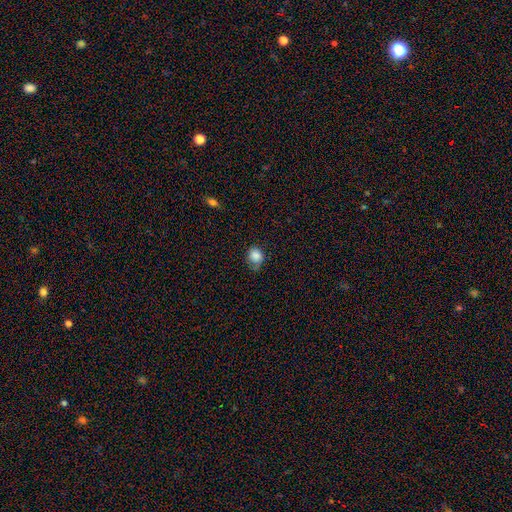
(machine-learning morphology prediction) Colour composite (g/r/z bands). It shows a smooth galaxy with no disk features (85%) that is round (68%). Merging: none (54%).